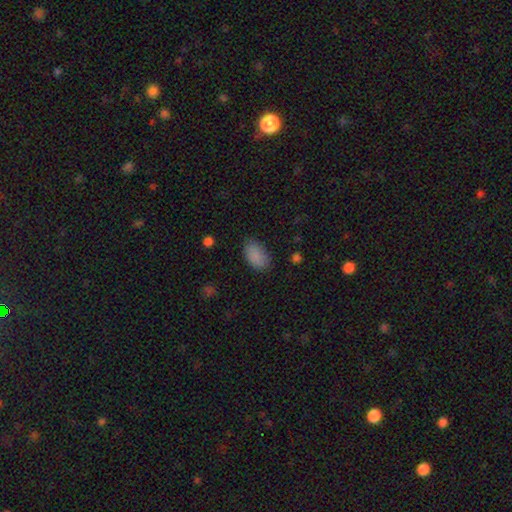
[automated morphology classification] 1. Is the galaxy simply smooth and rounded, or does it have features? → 88% smooth, 8% star or artifact, 5% featured or disk.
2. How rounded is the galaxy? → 93% in between, 5% round, 2% cigar-shaped.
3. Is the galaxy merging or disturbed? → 80% none, 15% minor disturbance, 4% major disturbance, 1% merger.